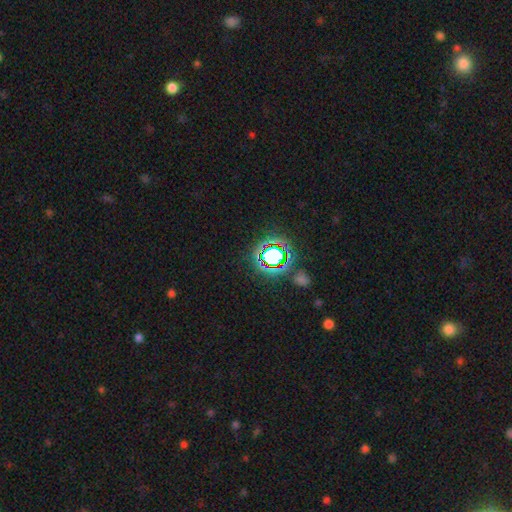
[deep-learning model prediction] The model was most divided on "smooth or featured": star or artifact: 80%, smooth: 13%, featured or disk: 7%.